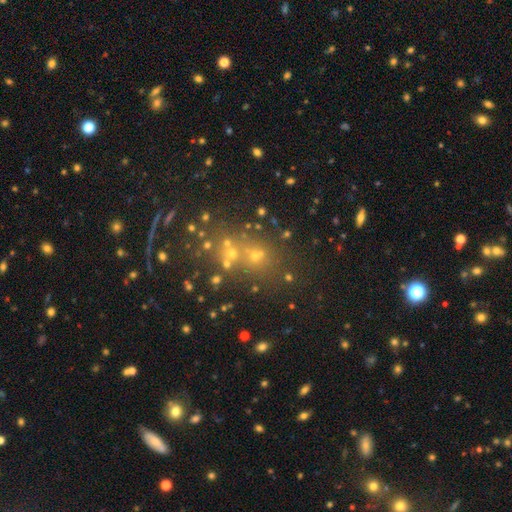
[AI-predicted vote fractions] This appears to be a smooth galaxy with no disk features (44%). Merging: none (56%).